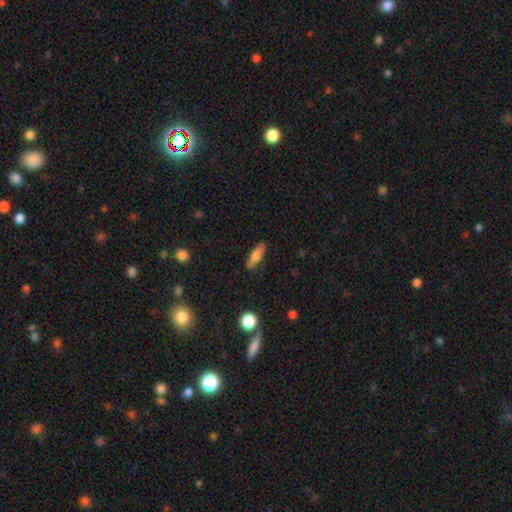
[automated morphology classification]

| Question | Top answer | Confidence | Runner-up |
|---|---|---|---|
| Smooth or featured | smooth | 73% | featured or disk (20%) |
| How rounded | in between | 54% | cigar-shaped (43%) |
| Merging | none | 84% | minor disturbance (12%) |